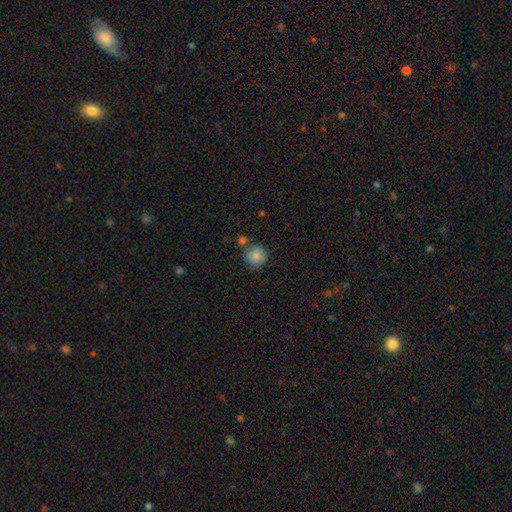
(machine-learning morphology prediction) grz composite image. It shows a smooth galaxy with no disk features (85%) that is round (91%). Merging: none (68%).